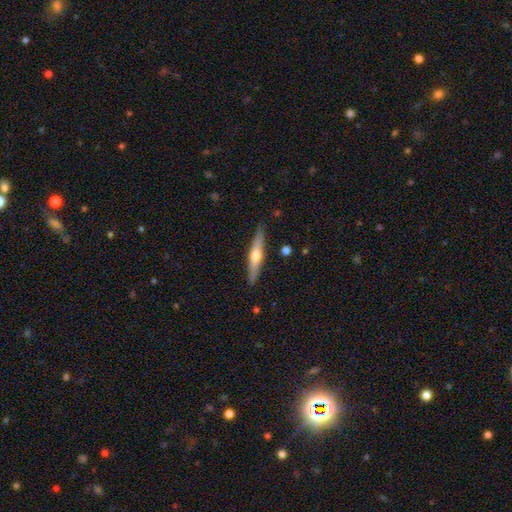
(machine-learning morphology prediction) Smooth or featured? featured or disk (55%)
Edge-on disk? yes (95%)
Edge-on bulge? rounded (87%)
Merging? none (88%)